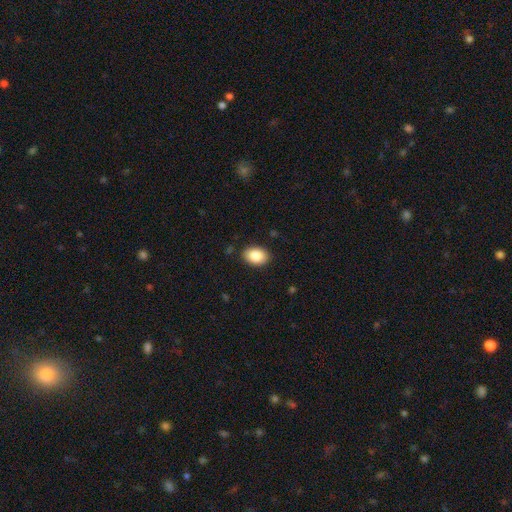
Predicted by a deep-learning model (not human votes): Smooth or featured? Predicted: smooth (p=0.86). How rounded? Predicted: in between (p=0.81). Merging? Predicted: none (p=0.89).